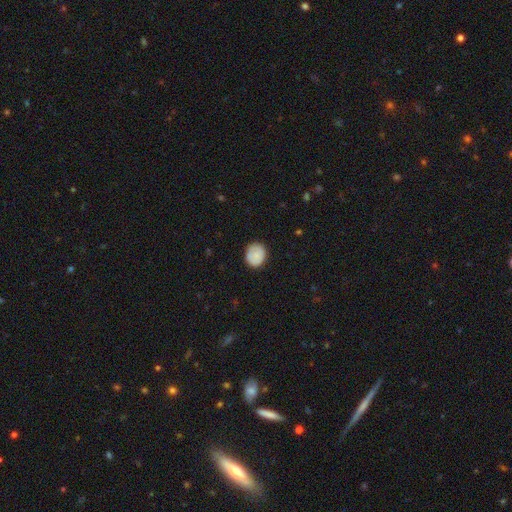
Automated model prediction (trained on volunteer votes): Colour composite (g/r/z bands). It shows a smooth galaxy with no disk features (83%) that is round (71%). Merging: none (83%).